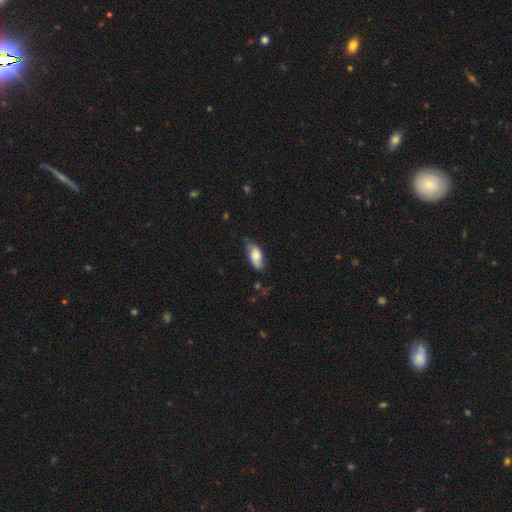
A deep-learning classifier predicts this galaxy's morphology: Overall: smooth (74%). How rounded: in between (86%). Merging: none (62%; minor disturbance 30%).